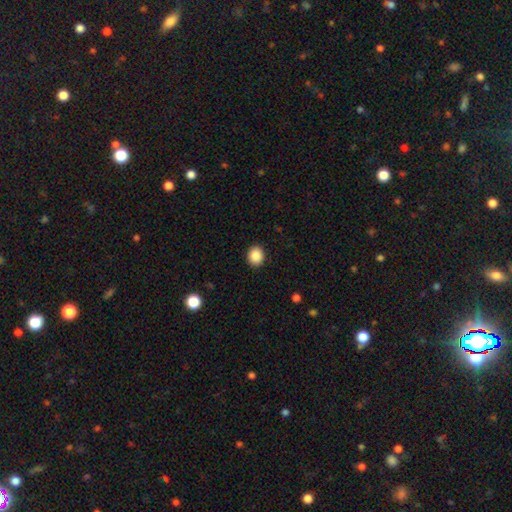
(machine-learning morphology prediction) smooth-or-featured: smooth: 88% | star or artifact: 9% | featured or disk: 3%
  how-rounded: round: 67% | in between: 32% | cigar-shaped: 1%
  merging: none: 91% | minor disturbance: 6% | major disturbance: 2% | merger: 1%